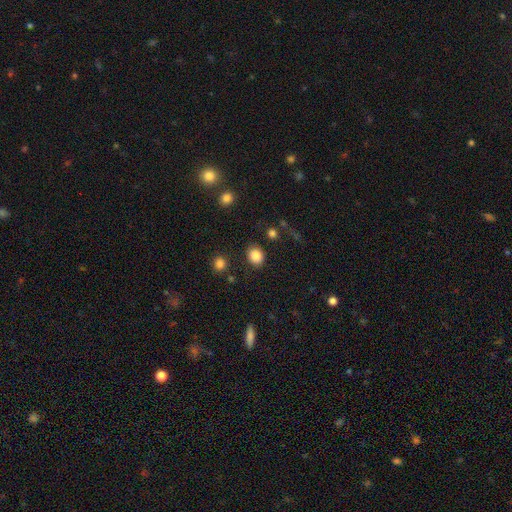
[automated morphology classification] This is clearly a smooth galaxy (86%). How rounded: likely round (62%). Merging: clearly none (84%).